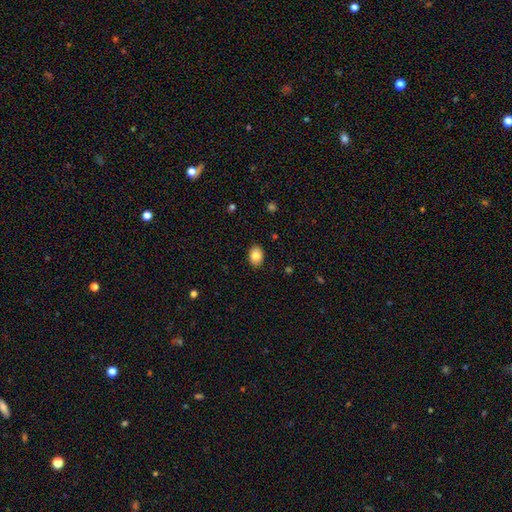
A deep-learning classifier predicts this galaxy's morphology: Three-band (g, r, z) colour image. It shows a smooth galaxy with no disk features (85%) that is in between round and cigar-shaped (69%). Merging: none (88%).